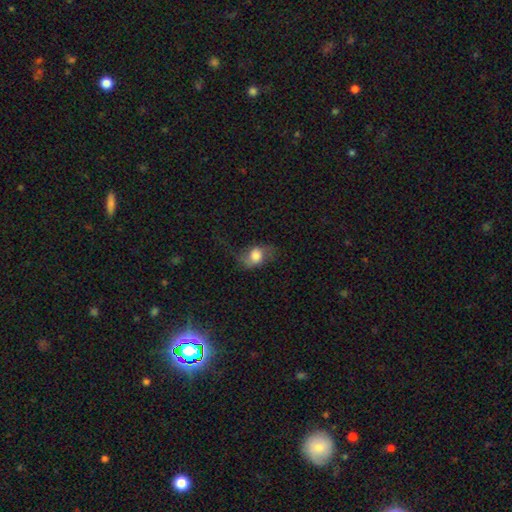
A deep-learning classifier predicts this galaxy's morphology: Smooth or featured: smooth — 55% (featured or disk — 36%)
How rounded: in between — 63% (round — 34%)
Merging: none — 43% (major disturbance — 31%)